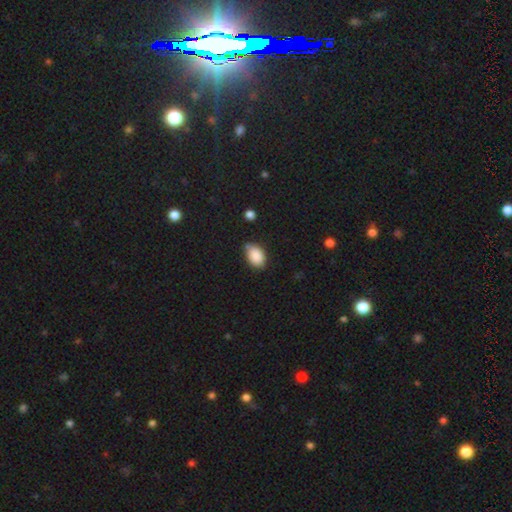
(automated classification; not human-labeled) A smooth galaxy with no disk features (88%) that is in between round and cigar-shaped (83%). Merging: none (70%).